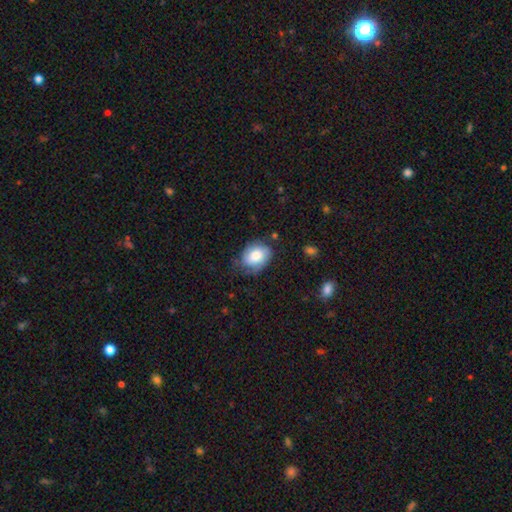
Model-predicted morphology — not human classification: Smooth or featured: smooth — 67% (featured or disk — 26%)
How rounded: in between — 73% (round — 25%)
Merging: none — 55% (minor disturbance — 31%)